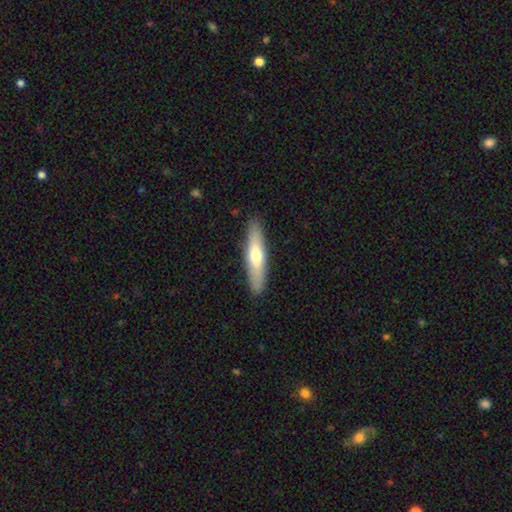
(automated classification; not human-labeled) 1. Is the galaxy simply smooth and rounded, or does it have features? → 58% smooth, 37% featured or disk, 5% star or artifact.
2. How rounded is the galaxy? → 79% cigar-shaped, 19% in between, 2% round.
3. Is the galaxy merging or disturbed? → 89% none, 8% minor disturbance, 2% major disturbance, 1% merger.